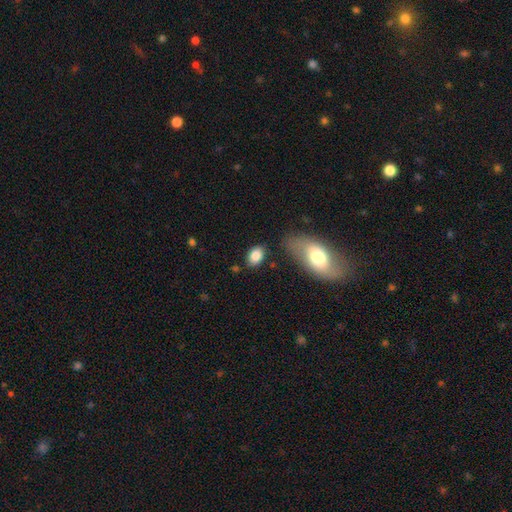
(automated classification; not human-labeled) Morphology: type=smooth (85%); roundness=in between (85%); merging=none (77%).